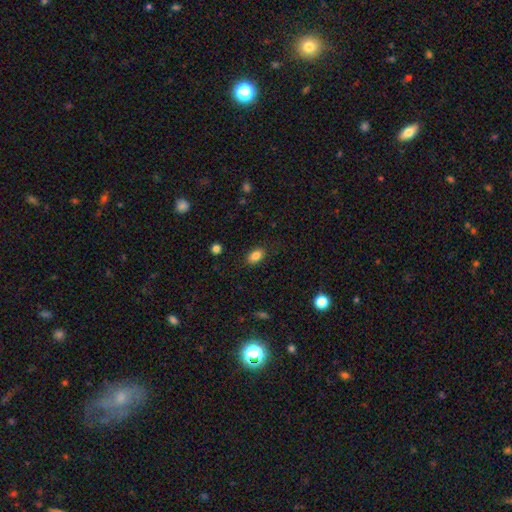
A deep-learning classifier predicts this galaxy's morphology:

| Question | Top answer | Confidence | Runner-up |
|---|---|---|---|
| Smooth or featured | smooth | 85% | star or artifact (9%) |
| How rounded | in between | 86% | round (12%) |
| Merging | none | 86% | minor disturbance (10%) |